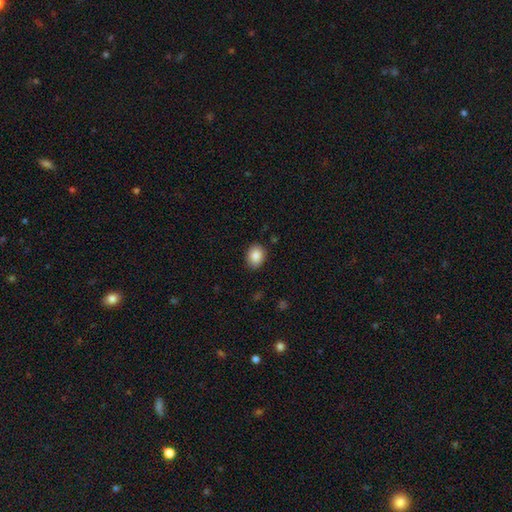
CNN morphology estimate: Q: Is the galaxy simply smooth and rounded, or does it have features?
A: smooth — 86%.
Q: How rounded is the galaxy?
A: in between — 52%.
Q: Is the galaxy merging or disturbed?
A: none — 87%.